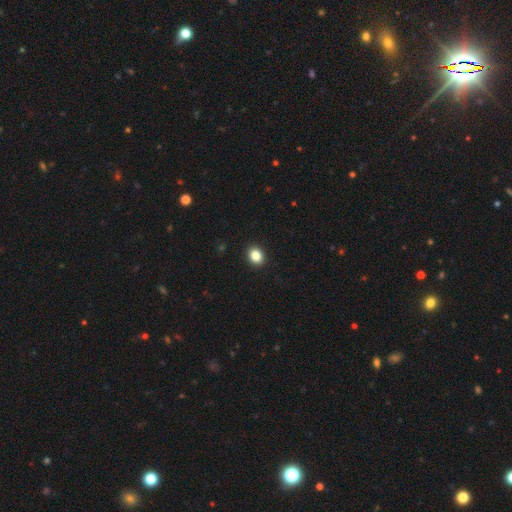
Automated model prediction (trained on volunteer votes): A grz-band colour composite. It shows a smooth galaxy with no disk features (86%) that is round (60%). Merging: none (92%).